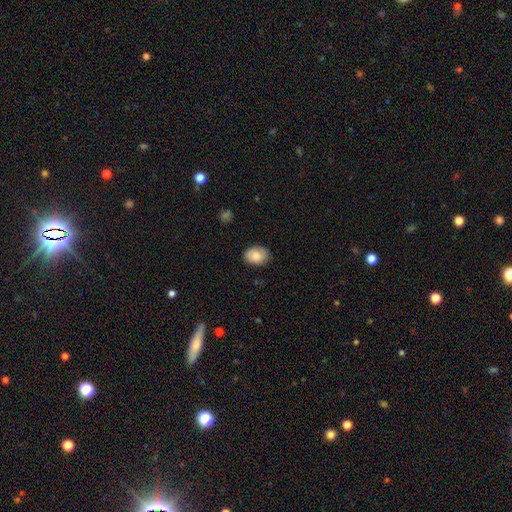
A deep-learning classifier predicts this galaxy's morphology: Smooth or featured?
  - smooth: 83% *
  - featured or disk: 10%
  - star or artifact: 7%
How rounded?
  - in between: 78% *
  - round: 21%
  - cigar-shaped: 1%
Merging?
  - none: 80% *
  - minor disturbance: 16%
  - major disturbance: 3%
  - merger: 1%